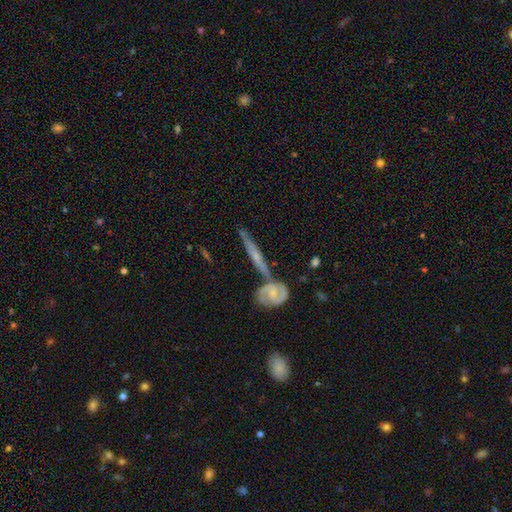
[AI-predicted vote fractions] smooth-or-featured: featured or disk: 71% | smooth: 22% | star or artifact: 7%
  disk-edge-on: yes: 79% | no: 21%
    edge-on-bulge: rounded: 54% | none: 37% | boxy: 9%
  merging: none: 55% | merger: 27% | minor disturbance: 13% | major disturbance: 5%